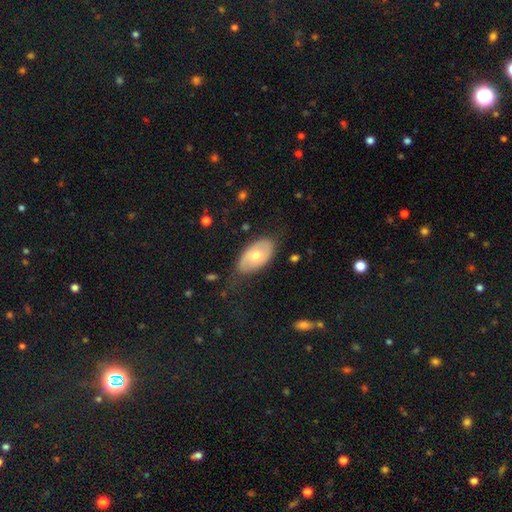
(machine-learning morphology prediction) Smooth or featured?
  - smooth: 53% *
  - featured or disk: 41%
  - star or artifact: 6%
How rounded?
  - in between: 93% *
  - round: 5%
  - cigar-shaped: 2%
Merging?
  - none: 69% *
  - minor disturbance: 23%
  - major disturbance: 7%
  - merger: 2%